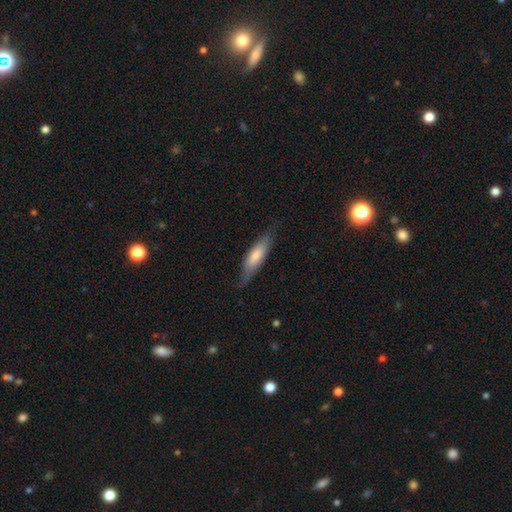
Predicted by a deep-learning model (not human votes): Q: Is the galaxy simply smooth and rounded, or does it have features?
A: smooth — 67%.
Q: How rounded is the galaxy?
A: cigar-shaped — 57%.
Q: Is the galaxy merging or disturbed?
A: none — 70%.